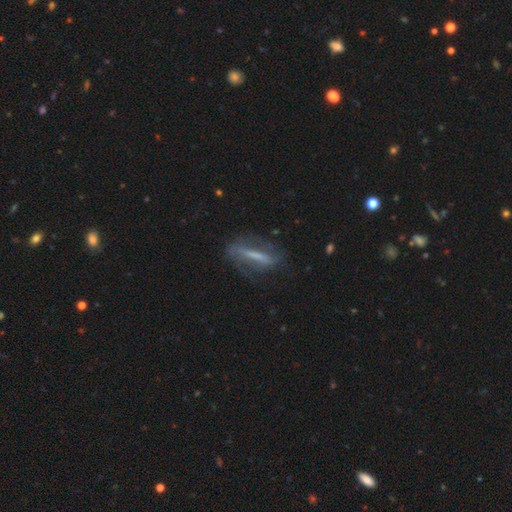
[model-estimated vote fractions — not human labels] The model was most divided on "edge-on disk": no: 60%, yes: 40%. More confident: merging — none (69%); smooth or featured — featured or disk (64%).